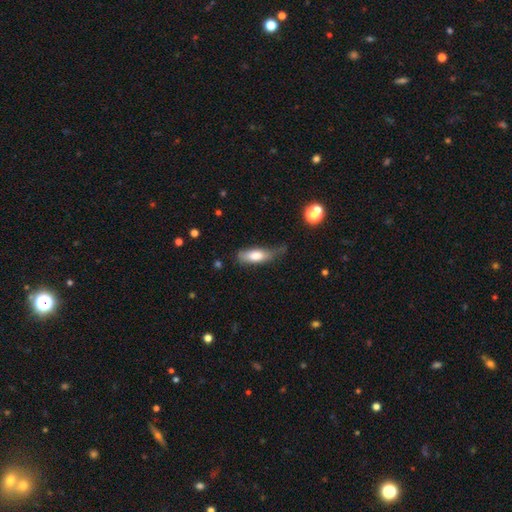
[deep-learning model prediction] smooth-or-featured: smooth: 73% | featured or disk: 20% | star or artifact: 7%
  how-rounded: in between: 71% | cigar-shaped: 26% | round: 3%
  merging: minor disturbance: 39% | none: 37% | major disturbance: 20% | merger: 4%